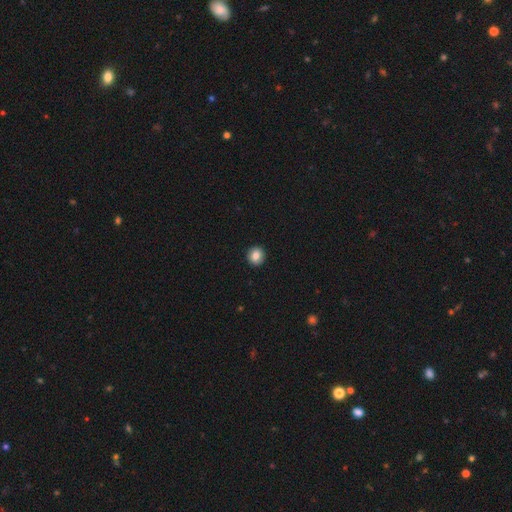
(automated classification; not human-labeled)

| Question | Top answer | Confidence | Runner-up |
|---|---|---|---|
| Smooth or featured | smooth | 83% | star or artifact (9%) |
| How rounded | round | 89% | in between (10%) |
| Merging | none | 93% | minor disturbance (5%) |